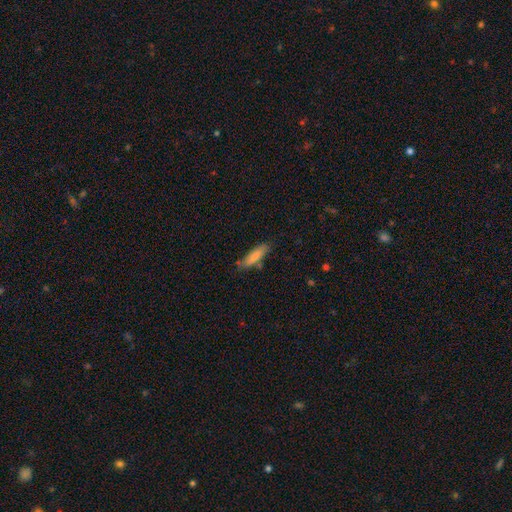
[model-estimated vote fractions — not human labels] Smooth or featured?
  - smooth: 79% *
  - featured or disk: 15%
  - star or artifact: 6%
How rounded?
  - cigar-shaped: 67% *
  - in between: 32%
  - round: 1%
Merging?
  - none: 74% *
  - minor disturbance: 17%
  - merger: 5%
  - major disturbance: 3%